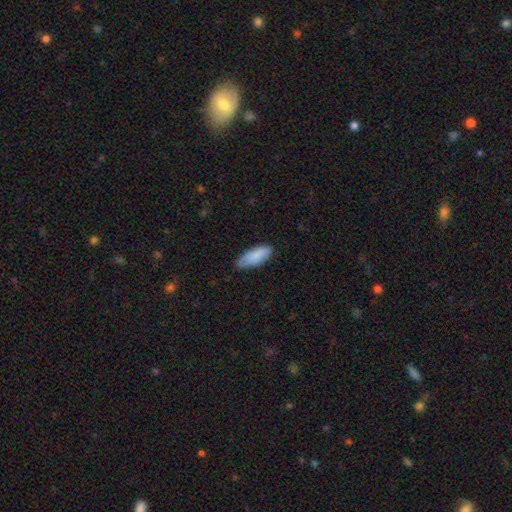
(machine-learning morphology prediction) Smooth or featured? Predicted: smooth (p=0.87). How rounded? Predicted: in between (p=0.77). Merging? Predicted: none (p=0.73).